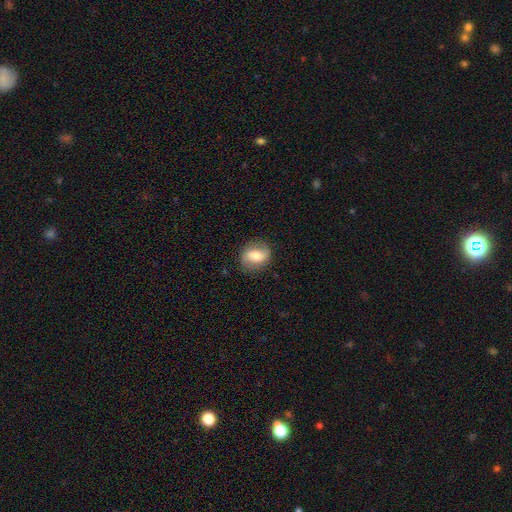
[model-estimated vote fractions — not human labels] smooth_or_featured: smooth (p=0.50) [alt: featured or disk p=0.42]
how_rounded: round (p=0.57) [alt: in between p=0.41]
merging: none (p=0.84) [alt: minor disturbance p=0.12]